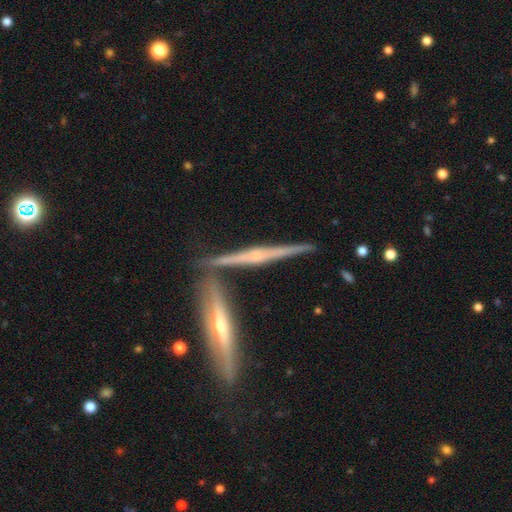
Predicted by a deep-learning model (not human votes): smooth-or-featured: featured or disk: 81% | smooth: 12% | star or artifact: 6%
  disk-edge-on: yes: 97% | no: 3%
    edge-on-bulge: rounded: 74% | none: 16% | boxy: 10%
  merging: none: 75% | merger: 14% | minor disturbance: 9% | major disturbance: 2%